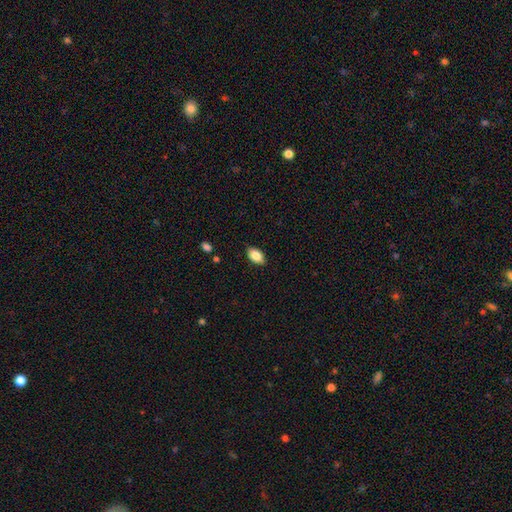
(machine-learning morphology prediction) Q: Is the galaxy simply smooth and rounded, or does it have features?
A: smooth — 85%.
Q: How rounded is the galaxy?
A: in between — 92%.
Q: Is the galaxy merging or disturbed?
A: none — 87%.